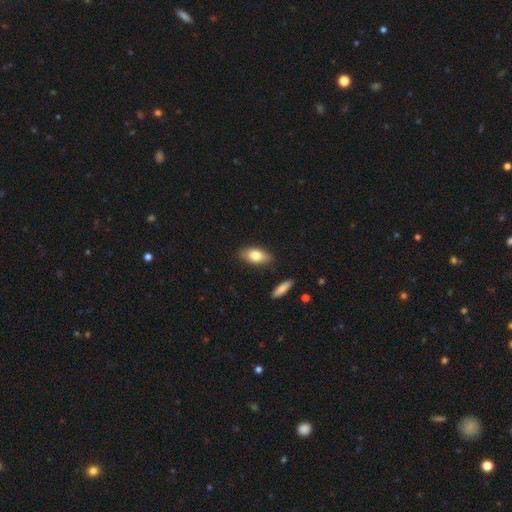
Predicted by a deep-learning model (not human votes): This is likely a smooth galaxy (78%). How rounded: clearly in between (87%). Merging: clearly none (85%).